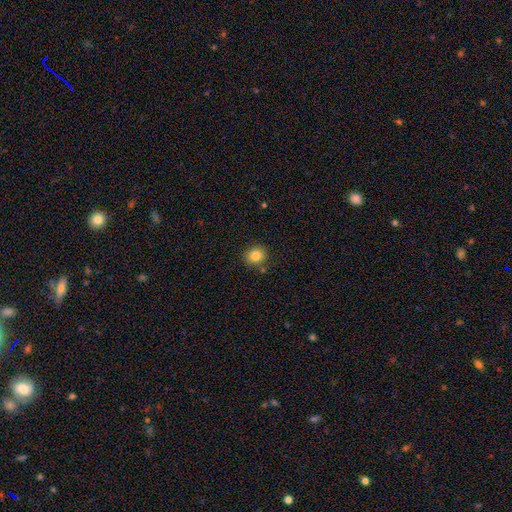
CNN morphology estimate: A smooth galaxy with no disk features (85%) that is round (80%). Merging: none (82%).